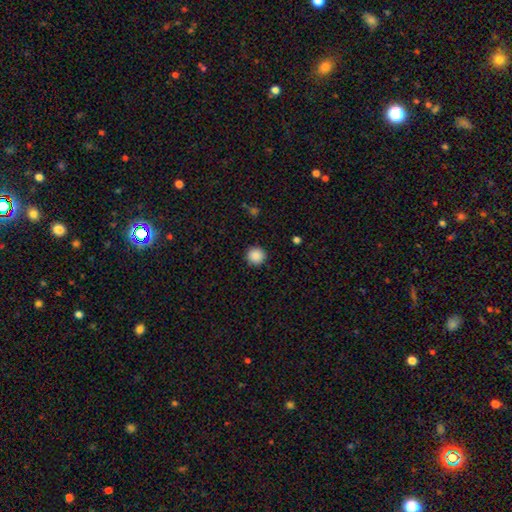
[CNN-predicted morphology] This is clearly a smooth galaxy (88%). How rounded: clearly round (95%). Merging: clearly none (92%).